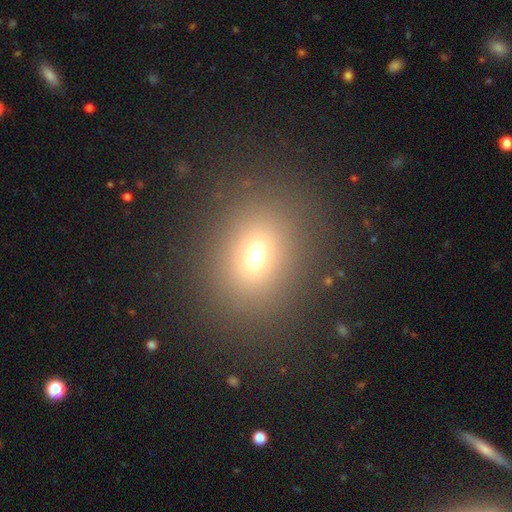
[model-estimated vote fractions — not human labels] Overall: smooth (69%). How rounded: round (58%; in between 41%). Merging: none (85%).